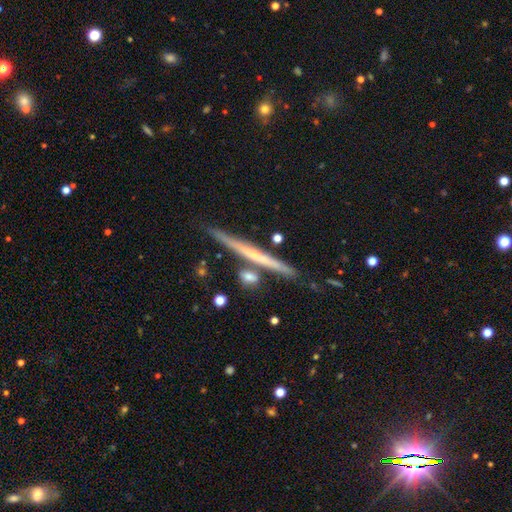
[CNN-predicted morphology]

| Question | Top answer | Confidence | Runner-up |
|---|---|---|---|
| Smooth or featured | featured or disk | 63% | smooth (30%) |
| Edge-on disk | yes | 96% | no (4%) |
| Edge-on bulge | none | 63% | rounded (32%) |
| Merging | none | 79% | minor disturbance (10%) |